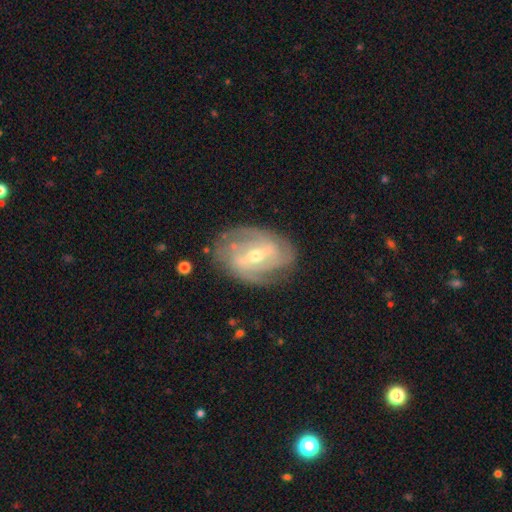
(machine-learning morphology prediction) smooth_or_featured: featured or disk (p=0.85) [alt: smooth p=0.09]
disk_edge_on: no (p=0.96) [alt: yes p=0.04]
bar: strong (p=0.47) [alt: weak p=0.40]
has_spiral_arms: yes (p=0.91) [alt: no p=0.09]
spiral_winding: tight (p=0.45) [alt: medium p=0.41]
spiral_arm_count: 2 (p=0.47) [alt: can't tell p=0.21]
bulge_size: moderate (p=0.51) [alt: small p=0.46]
merging: none (p=0.74) [alt: minor disturbance p=0.17]